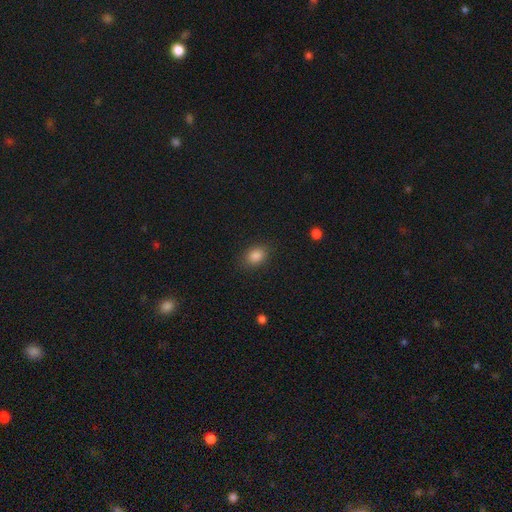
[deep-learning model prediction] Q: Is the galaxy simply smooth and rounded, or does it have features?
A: smooth — 85%.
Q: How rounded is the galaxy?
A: in between — 66%.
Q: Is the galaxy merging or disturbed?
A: none — 85%.